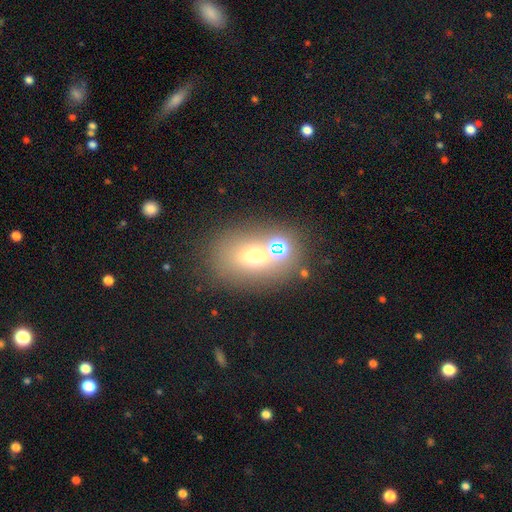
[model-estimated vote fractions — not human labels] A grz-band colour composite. It shows a smooth galaxy with no disk features (58%) that is in between round and cigar-shaped (55%). Merging: none (60%).